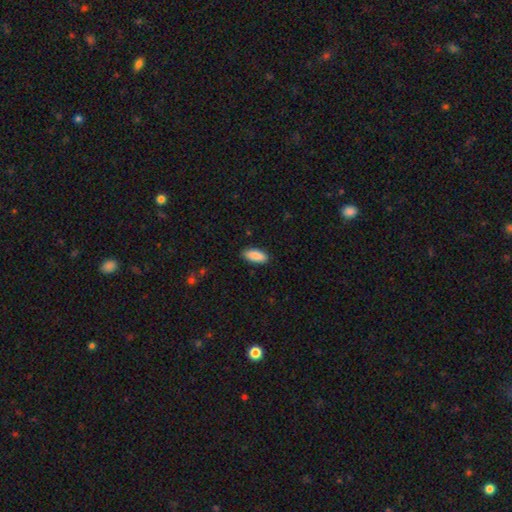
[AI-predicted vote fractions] A smooth galaxy with no disk features (90%) that is in between round and cigar-shaped (82%). Merging: none (88%).